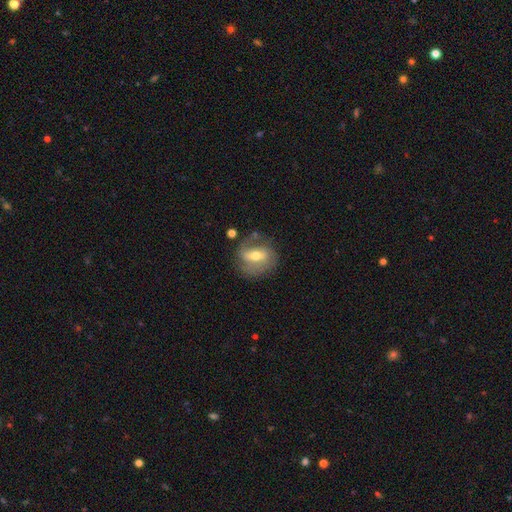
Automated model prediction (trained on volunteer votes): This is likely a featured or disk galaxy (62%). It is clearly not viewed edge-on (92%). Bar: marginally strong (43%). Spiral arm pattern: likely yes (66%). Central bulge: likely moderate (70%). Merging: likely none (66%).